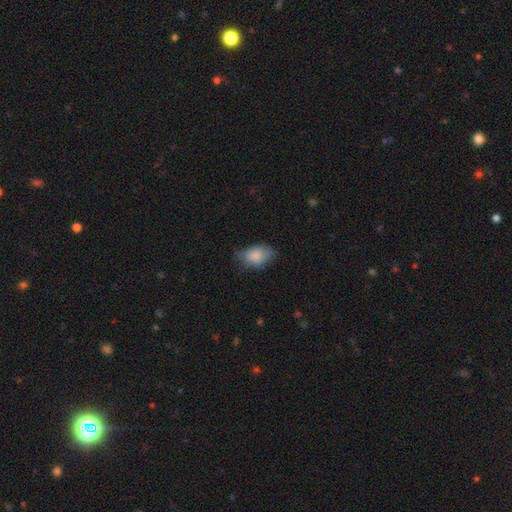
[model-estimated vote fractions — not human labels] A smooth galaxy with no disk features (83%) that is in between round and cigar-shaped (87%). Merging: none (59%).